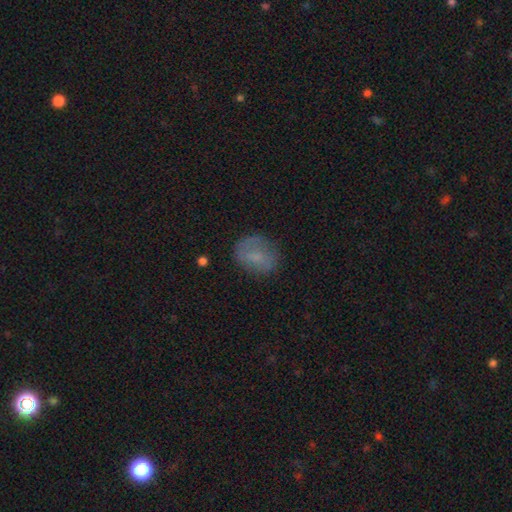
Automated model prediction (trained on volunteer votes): Smooth or featured?
  - smooth: 65% *
  - featured or disk: 24%
  - star or artifact: 11%
How rounded?
  - in between: 49% * (tied)
  - round: 49% * (tied)
  - cigar-shaped: 1%
Merging?
  - none: 69% *
  - minor disturbance: 21%
  - major disturbance: 9%
  - merger: 2%